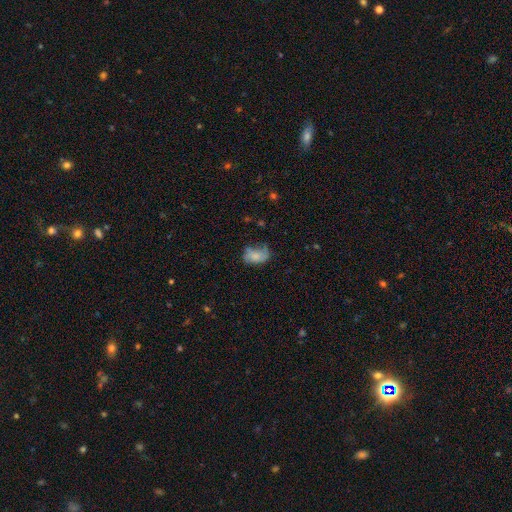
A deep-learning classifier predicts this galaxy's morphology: Smooth or featured? smooth (60%)
How rounded? in between (84%)
Merging? none (46%)